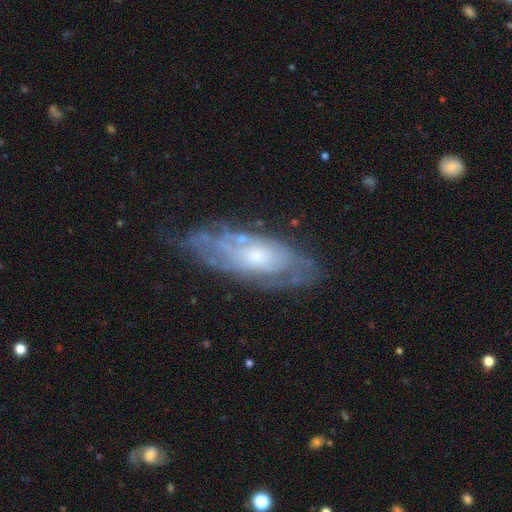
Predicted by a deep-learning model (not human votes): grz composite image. It shows a featured or disk galaxy (71%) with no bar (77%), spiral arms (72%) and a small central bulge (49%). Merging: none (65%).